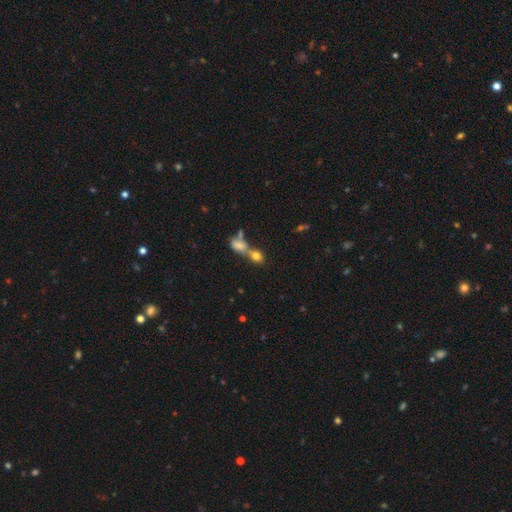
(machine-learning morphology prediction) This is likely a smooth galaxy (77%). How rounded: possibly in between (50%). Merging: possibly merger (60%).